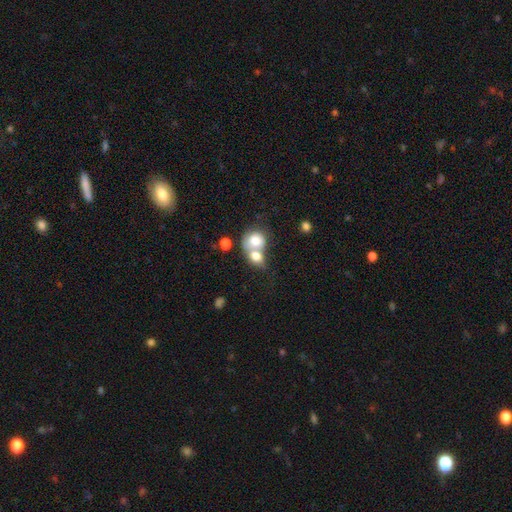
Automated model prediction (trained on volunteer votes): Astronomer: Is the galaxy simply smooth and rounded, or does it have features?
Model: smooth — 74%.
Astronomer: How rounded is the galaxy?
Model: round — 57% (runner-up: in between, 41%).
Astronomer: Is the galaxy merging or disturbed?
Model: merger — 74%.